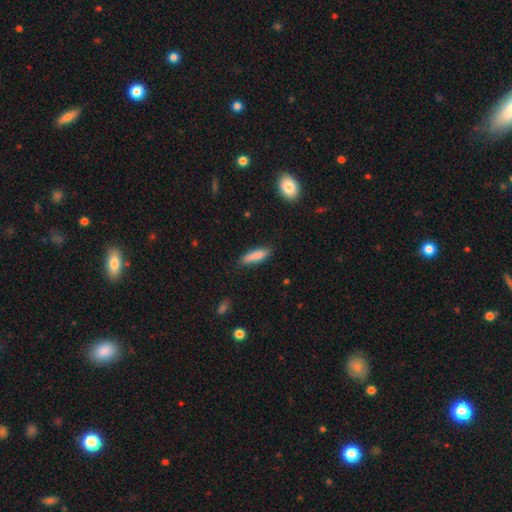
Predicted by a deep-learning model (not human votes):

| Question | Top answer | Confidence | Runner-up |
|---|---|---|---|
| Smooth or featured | smooth | 83% | featured or disk (11%) |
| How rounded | cigar-shaped | 66% | in between (32%) |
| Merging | none | 82% | minor disturbance (14%) |